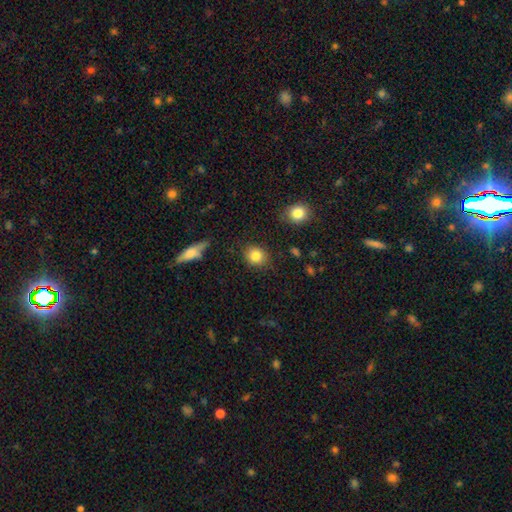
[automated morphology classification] smooth_or_featured: smooth (p=0.84) [alt: star or artifact p=0.09]
how_rounded: round (p=0.77) [alt: in between p=0.22]
merging: none (p=0.83) [alt: minor disturbance p=0.12]